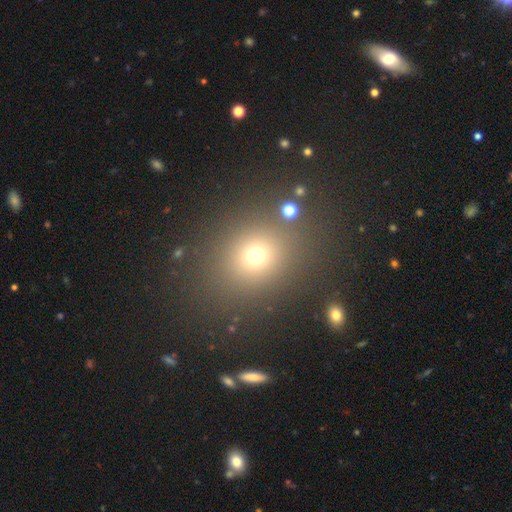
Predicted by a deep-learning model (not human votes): smooth_or_featured: smooth (p=0.67) [alt: star or artifact p=0.24]
how_rounded: round (p=0.65) [alt: in between p=0.34]
merging: none (p=0.85) [alt: minor disturbance p=0.08]